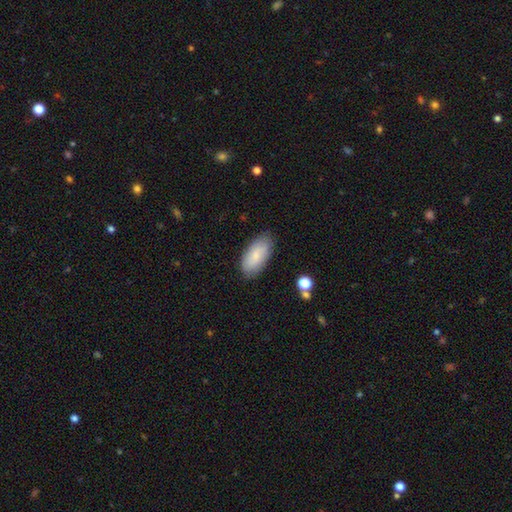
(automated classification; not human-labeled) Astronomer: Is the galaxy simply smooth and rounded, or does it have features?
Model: smooth — 76%.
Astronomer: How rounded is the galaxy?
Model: in between — 92%.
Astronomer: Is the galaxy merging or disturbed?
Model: none — 80%.